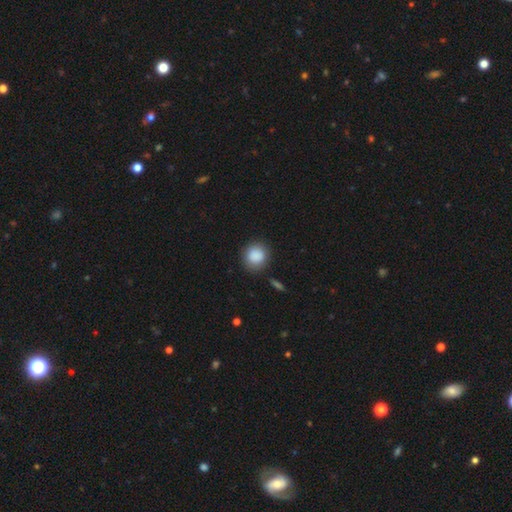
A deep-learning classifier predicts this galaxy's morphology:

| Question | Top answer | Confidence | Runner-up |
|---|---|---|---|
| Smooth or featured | smooth | 88% | star or artifact (8%) |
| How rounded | round | 88% | in between (11%) |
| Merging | none | 85% | minor disturbance (10%) |